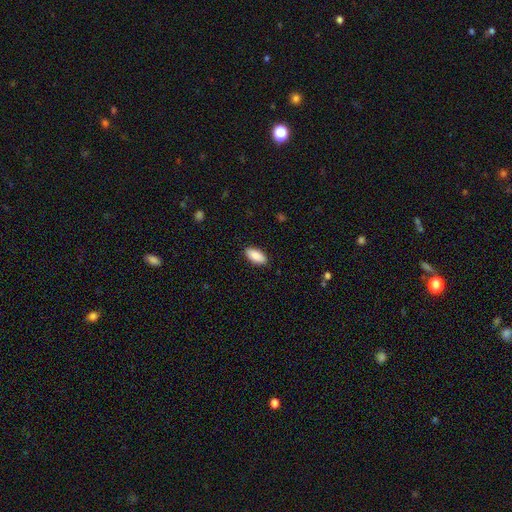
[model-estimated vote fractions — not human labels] Morphology: type=smooth (90%); roundness=in between (91%); merging=none (89%).